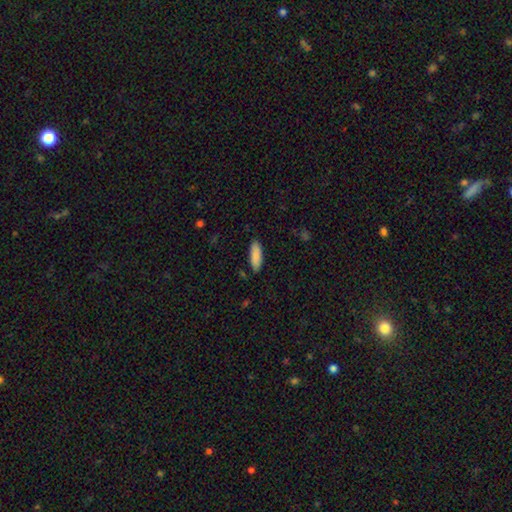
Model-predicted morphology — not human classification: smooth-or-featured: smooth: 89% | star or artifact: 6% | featured or disk: 5%
  how-rounded: in between: 62% | cigar-shaped: 37% | round: 2%
  merging: none: 87% | minor disturbance: 10% | major disturbance: 2% | merger: 1%